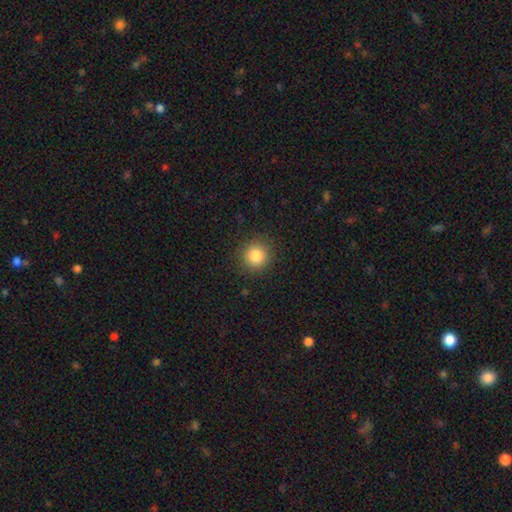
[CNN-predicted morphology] smooth-or-featured: smooth: 84% | star or artifact: 11% | featured or disk: 5%
  how-rounded: round: 93% | in between: 7% | cigar-shaped: 1%
  merging: none: 90% | minor disturbance: 7% | major disturbance: 2% | merger: 1%